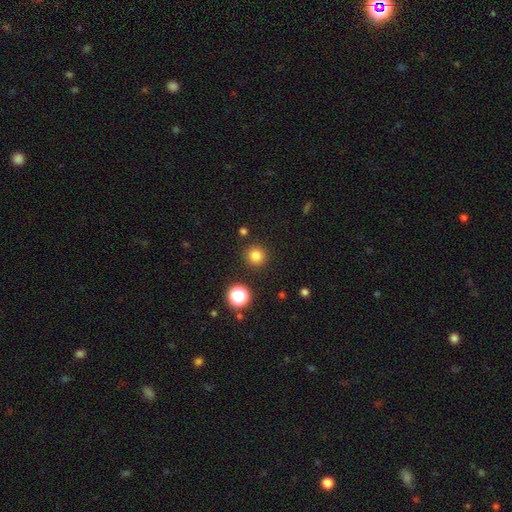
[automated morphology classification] A smooth galaxy with no disk features (81%) that is round (95%). Merging: none (90%).